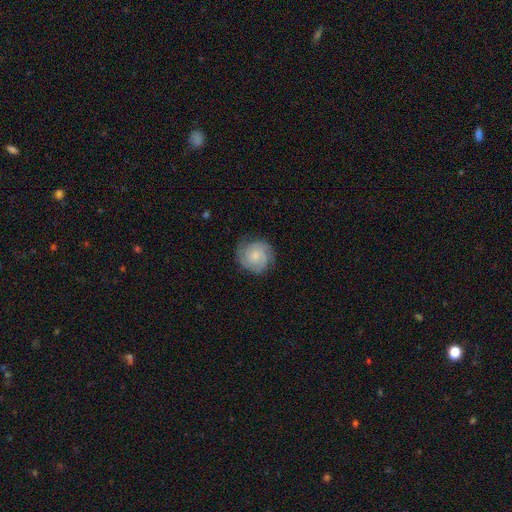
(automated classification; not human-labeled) Smooth or featured: featured or disk — 66% (smooth — 27%)
Edge-on disk: no — 98% (yes — 2%)
Bar: no — 73% (weak — 24%)
Spiral arms: yes — 94% (no — 6%)
Spiral winding: tight — 67% (medium — 27%)
Spiral arm count: 2 — 31% (3 — 27%)
Bulge size: small — 58% (moderate — 29%)
Merging: none — 78% (minor disturbance — 16%)